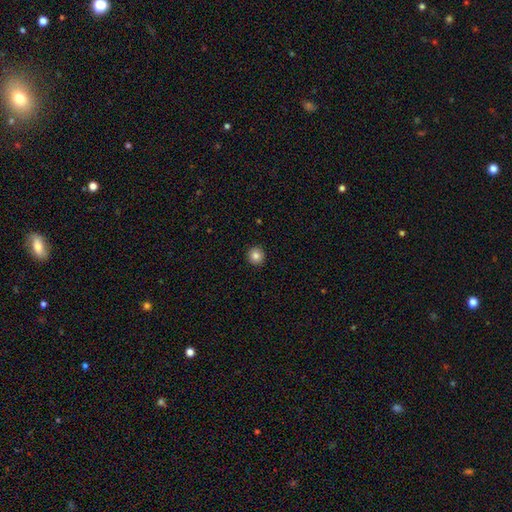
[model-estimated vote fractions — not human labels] Q: Smooth or featured?
A: smooth (84%); runner-up: star or artifact (10%)
Q: How rounded?
A: round (94%); runner-up: in between (5%)
Q: Merging?
A: none (93%); runner-up: minor disturbance (5%)